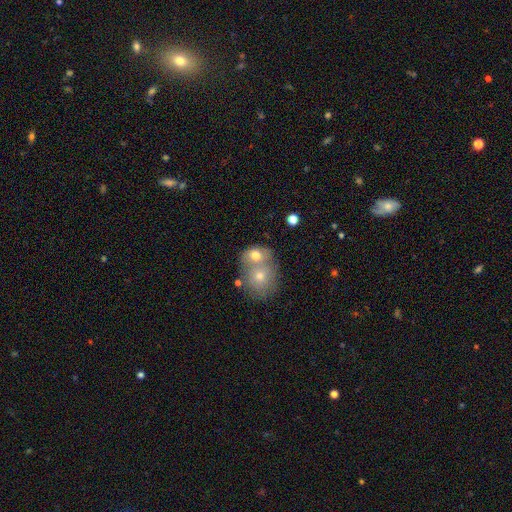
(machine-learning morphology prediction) Smooth or featured: smooth — 70% (featured or disk — 21%)
How rounded: round — 57% (in between — 42%)
Merging: merger — 65% (none — 24%)